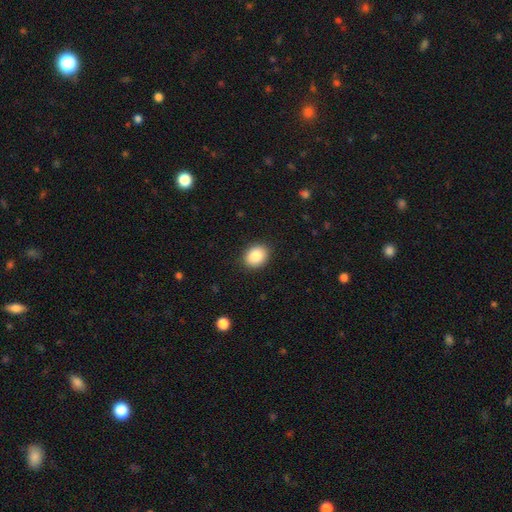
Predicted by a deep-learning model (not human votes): Smooth or featured?
  - smooth: 87% *
  - star or artifact: 8%
  - featured or disk: 5%
How rounded?
  - round: 51% *
  - in between: 48%
  - cigar-shaped: 1%
Merging?
  - none: 90% *
  - minor disturbance: 7%
  - major disturbance: 2%
  - merger: 1%